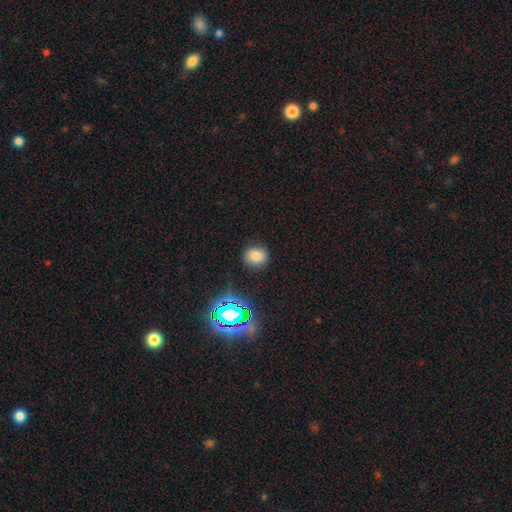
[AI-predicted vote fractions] smooth 75%, star or artifact 17%, featured or disk 7%. Down the decision tree: how rounded — round (74%); merging — none (86%).